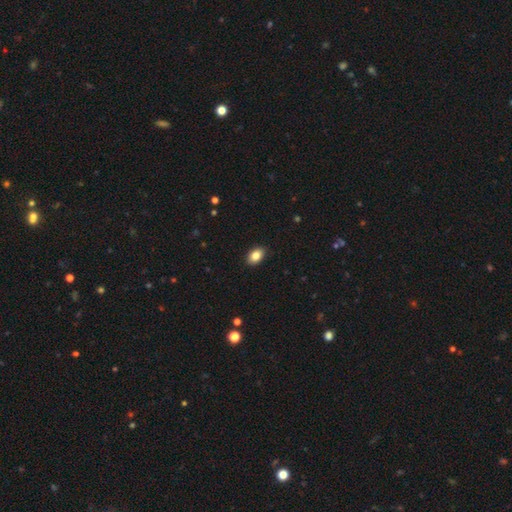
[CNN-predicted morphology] Smooth or featured?
  - smooth: 85% *
  - star or artifact: 8%
  - featured or disk: 7%
How rounded?
  - in between: 87% *
  - round: 12%
  - cigar-shaped: 1%
Merging?
  - none: 90% *
  - minor disturbance: 7%
  - major disturbance: 2%
  - merger: 1%